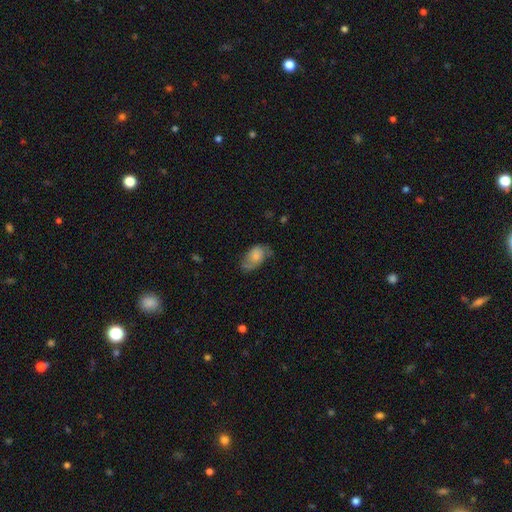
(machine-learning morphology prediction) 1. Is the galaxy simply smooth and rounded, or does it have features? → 55% smooth, 37% featured or disk, 8% star or artifact.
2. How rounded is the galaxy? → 89% in between, 9% round, 2% cigar-shaped.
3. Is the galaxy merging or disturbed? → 50% none, 32% minor disturbance, 16% major disturbance, 2% merger.